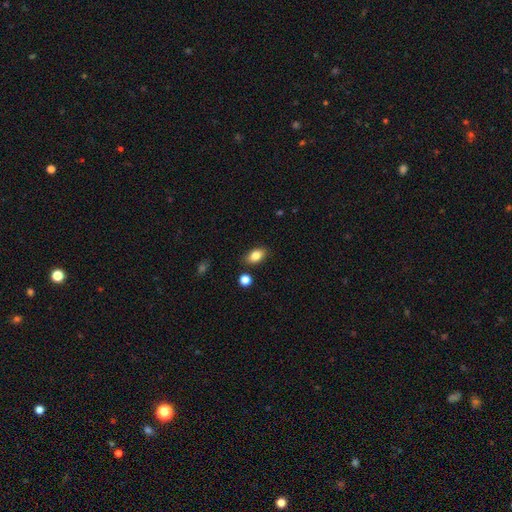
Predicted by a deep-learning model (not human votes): Smooth or featured: smooth — 83% (star or artifact — 8%)
How rounded: in between — 88% (round — 10%)
Merging: none — 84% (minor disturbance — 10%)